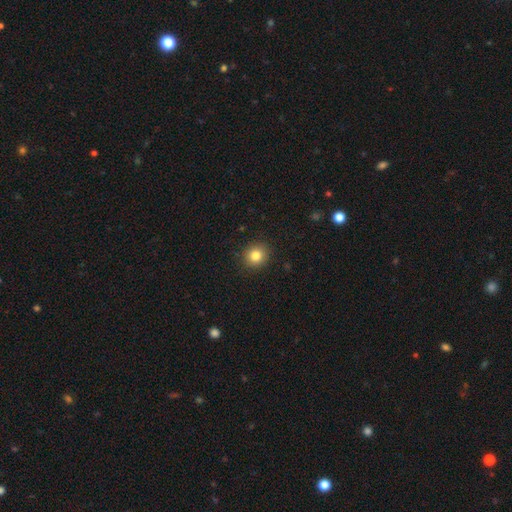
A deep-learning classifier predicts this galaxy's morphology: smooth_or_featured: smooth (p=0.83) [alt: star or artifact p=0.11]
how_rounded: round (p=0.88) [alt: in between p=0.11]
merging: none (p=0.91) [alt: minor disturbance p=0.06]